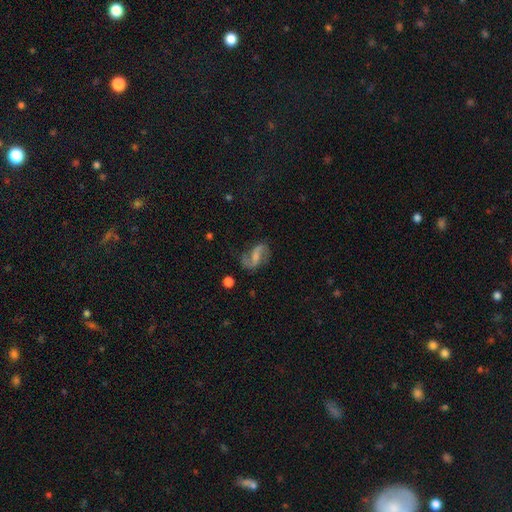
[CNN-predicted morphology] Smooth or featured? Predicted: featured or disk (p=0.83). Edge-on disk? Predicted: no (p=0.98). Bar? Predicted: weak (p=0.46). Spiral arms? Predicted: yes (p=0.95). Spiral winding? Predicted: loose (p=0.54). Spiral arm count? Predicted: 2 (p=0.92). Bulge size? Predicted: none (p=0.35). Merging? Predicted: none (p=0.73).